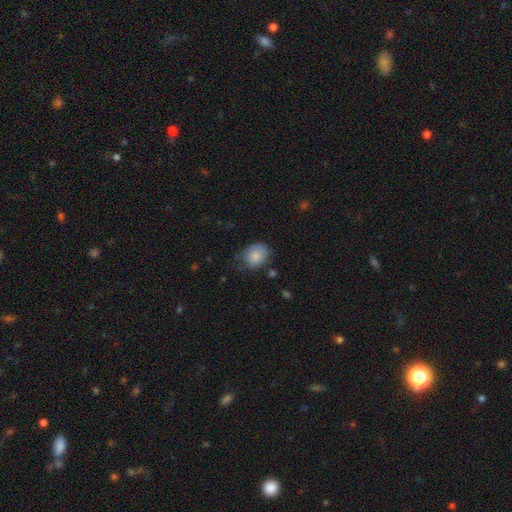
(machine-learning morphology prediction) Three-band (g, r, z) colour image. It shows a smooth galaxy with no disk features (84%) that is in between round and cigar-shaped (54%). Merging: none (60%).